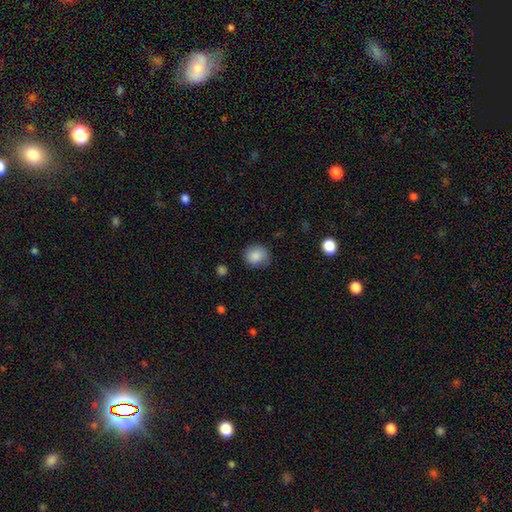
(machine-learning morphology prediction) smooth 86%, star or artifact 9%, featured or disk 5%. Down the decision tree: how rounded — round (82%); merging — none (77%).